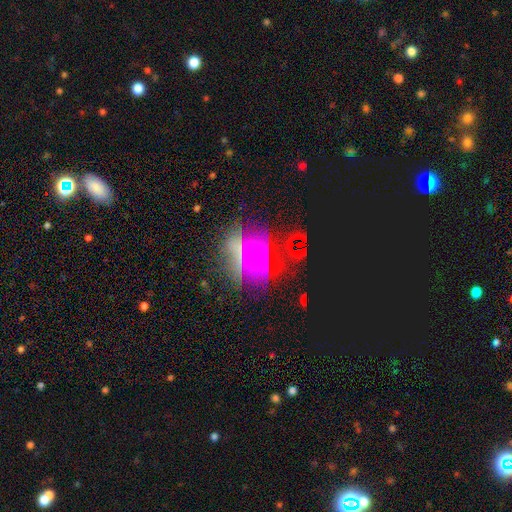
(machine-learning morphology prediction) smooth-or-featured: star or artifact: 37% | featured or disk: 33% | smooth: 30%